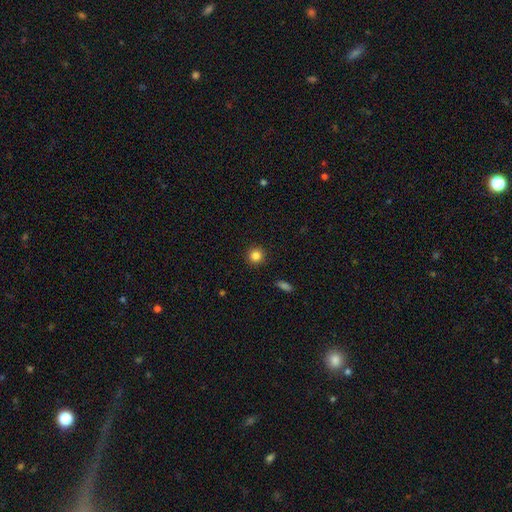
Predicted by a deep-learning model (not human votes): The model was most divided on "smooth or featured": smooth: 84%, star or artifact: 11%, featured or disk: 5%. More confident: how rounded — round (94%); merging — none (92%).